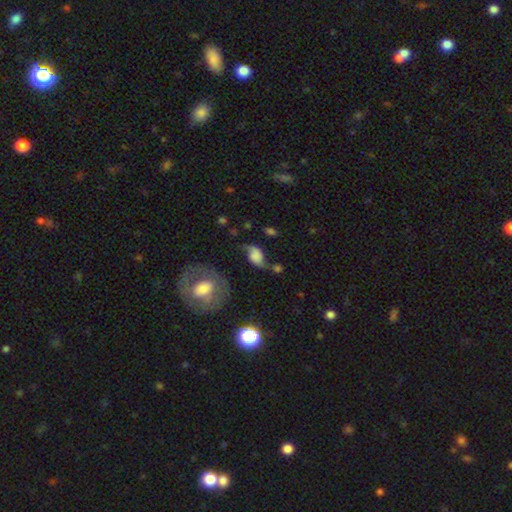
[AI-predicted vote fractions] Smooth or featured? featured or disk (52%)
Edge-on disk? no (95%)
Merging? none (44%)